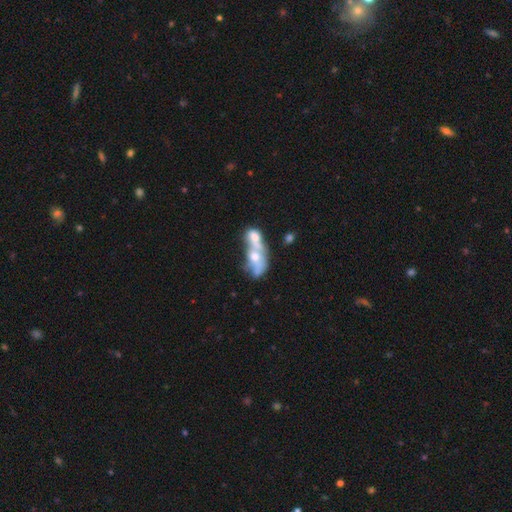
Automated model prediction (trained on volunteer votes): Smooth or featured: featured or disk — 48% (smooth — 43%)
Merging: merger — 74% (none — 11%)